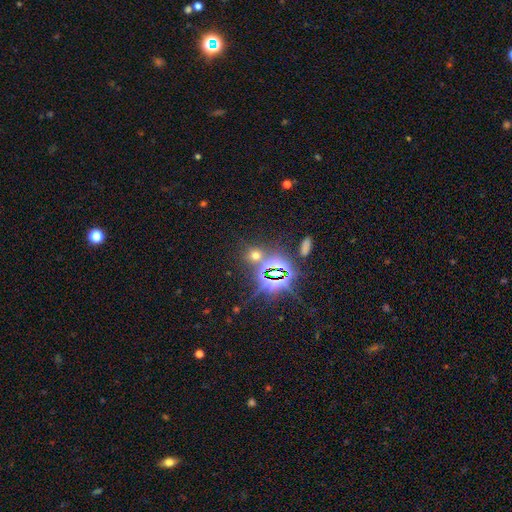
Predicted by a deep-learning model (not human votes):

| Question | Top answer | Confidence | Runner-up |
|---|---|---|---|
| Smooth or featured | star or artifact | 51% | smooth (41%) |